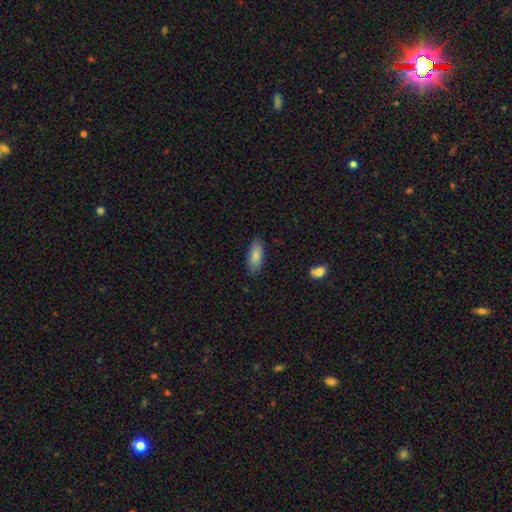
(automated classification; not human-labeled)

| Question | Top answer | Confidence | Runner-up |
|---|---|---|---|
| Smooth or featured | smooth | 85% | featured or disk (9%) |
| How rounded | in between | 82% | cigar-shaped (16%) |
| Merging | none | 84% | minor disturbance (13%) |